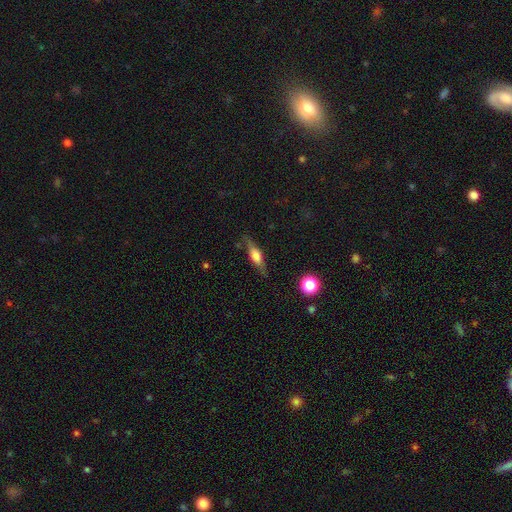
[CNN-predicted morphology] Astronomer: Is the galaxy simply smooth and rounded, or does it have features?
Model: featured or disk — 48% (runner-up: smooth, 44%).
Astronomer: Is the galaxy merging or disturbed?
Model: none — 79%.